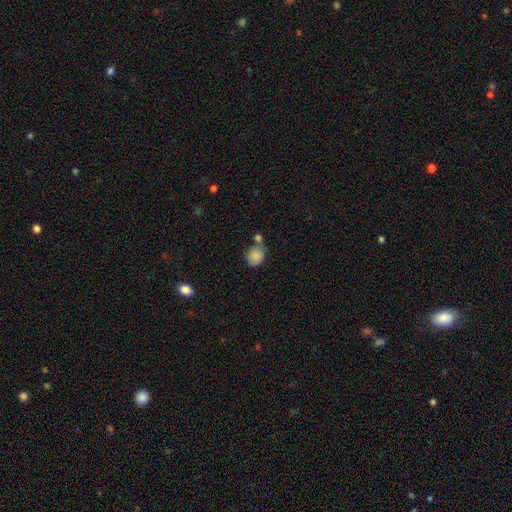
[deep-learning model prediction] Q: Smooth or featured?
A: smooth (85%); runner-up: star or artifact (9%)
Q: How rounded?
A: round (57%); runner-up: in between (42%)
Q: Merging?
A: none (50%); runner-up: merger (28%)